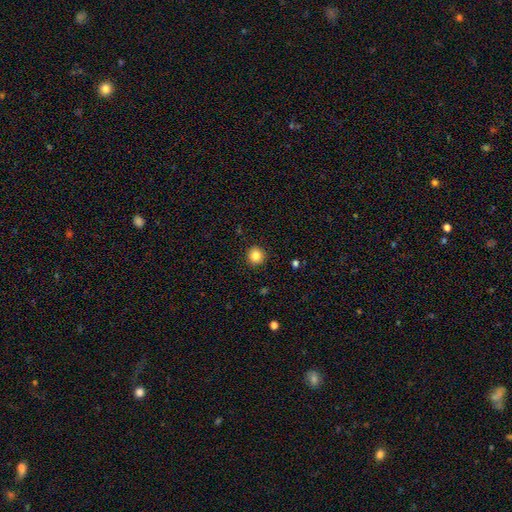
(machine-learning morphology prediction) smooth-or-featured: smooth: 84% | star or artifact: 11% | featured or disk: 5%
  how-rounded: round: 93% | in between: 6% | cigar-shaped: 1%
  merging: none: 92% | minor disturbance: 6% | major disturbance: 2% | merger: 1%